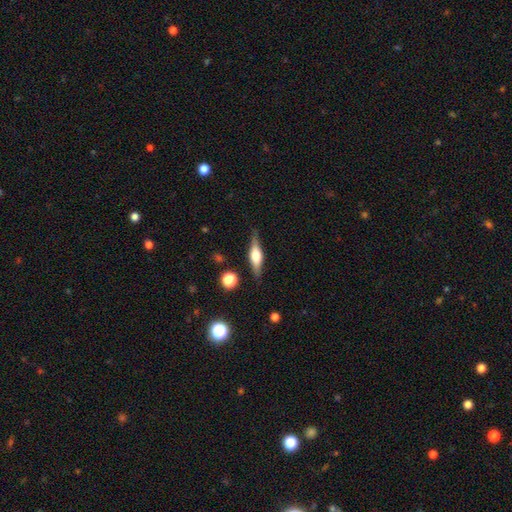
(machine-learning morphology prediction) smooth-or-featured: featured or disk: 64% | smooth: 29% | star or artifact: 7%
  disk-edge-on: yes: 95% | no: 5%
    edge-on-bulge: rounded: 84% | boxy: 13% | none: 2%
  merging: none: 84% | minor disturbance: 11% | major disturbance: 3% | merger: 2%